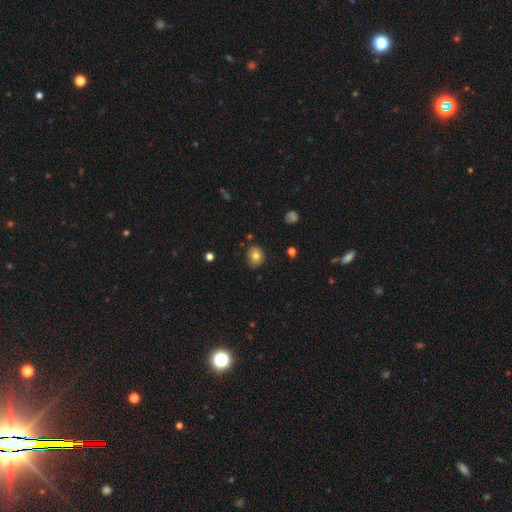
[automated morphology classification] Overall: smooth (75%). How rounded: round (68%; in between 31%). Merging: none (81%).